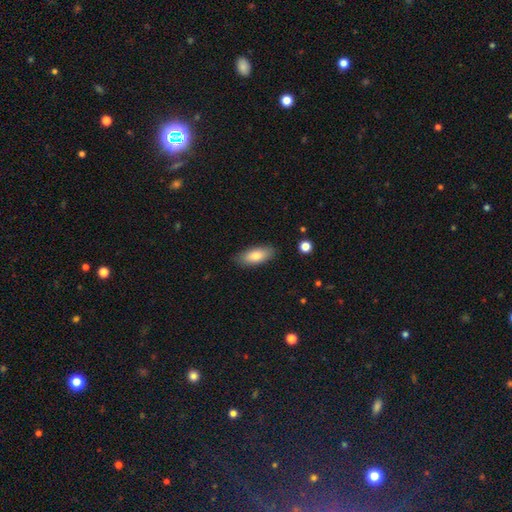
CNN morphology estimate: Q: Smooth or featured?
A: smooth (82%); runner-up: featured or disk (12%)
Q: How rounded?
A: in between (82%); runner-up: cigar-shaped (16%)
Q: Merging?
A: none (83%); runner-up: minor disturbance (12%)